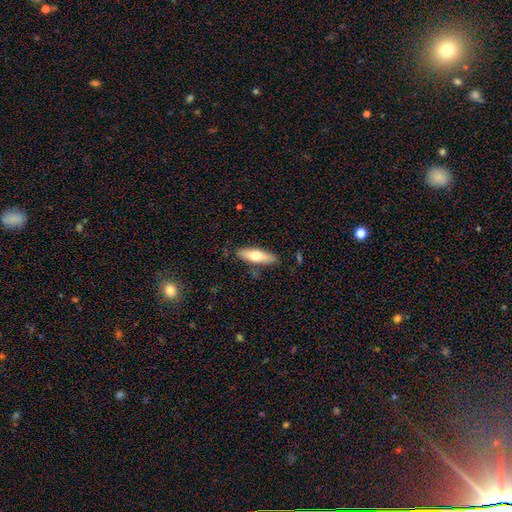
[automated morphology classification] Smooth or featured? smooth (61%)
How rounded? cigar-shaped (61%)
Merging? none (84%)